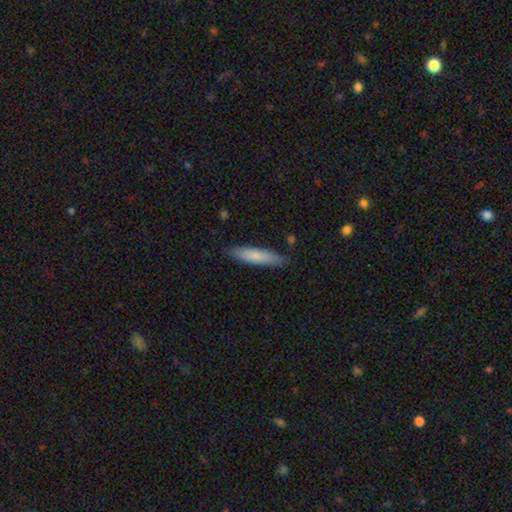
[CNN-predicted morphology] smooth 79%, featured or disk 16%, star or artifact 5%. Down the decision tree: how rounded — cigar-shaped (82%); merging — none (85%).